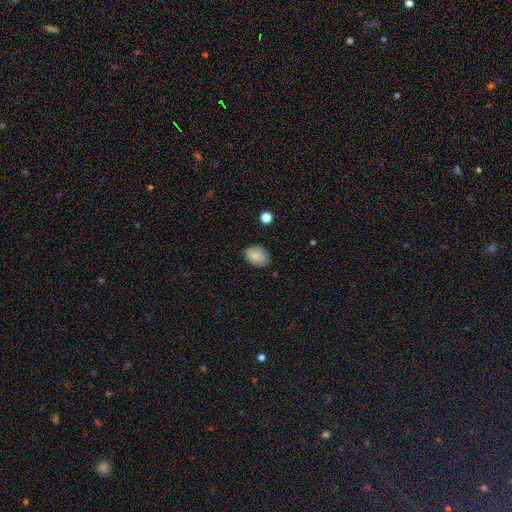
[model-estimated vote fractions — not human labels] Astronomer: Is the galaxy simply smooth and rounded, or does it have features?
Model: smooth — 82%.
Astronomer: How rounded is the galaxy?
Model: in between — 79%.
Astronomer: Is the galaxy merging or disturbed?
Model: none — 79%.